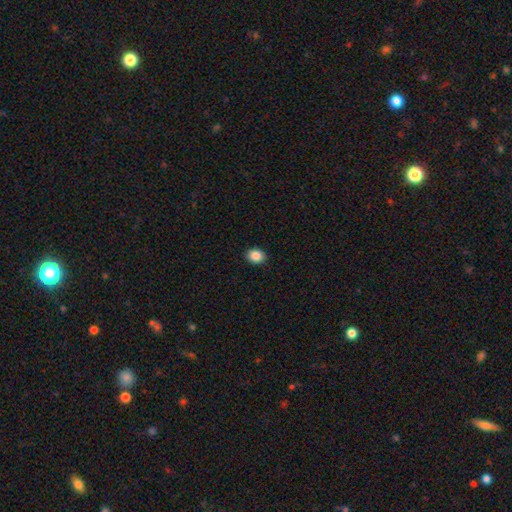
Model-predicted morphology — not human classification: Overall: smooth (87%). How rounded: in between (52%; round 47%). Merging: none (91%).